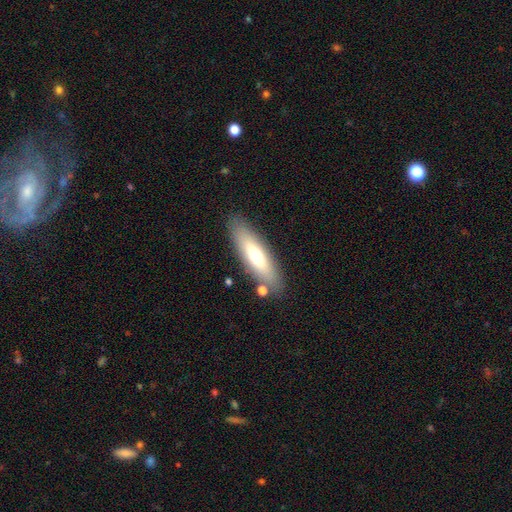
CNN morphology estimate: Smooth or featured? Predicted: smooth (p=0.62). How rounded? Predicted: cigar-shaped (p=0.58). Merging? Predicted: none (p=0.83).